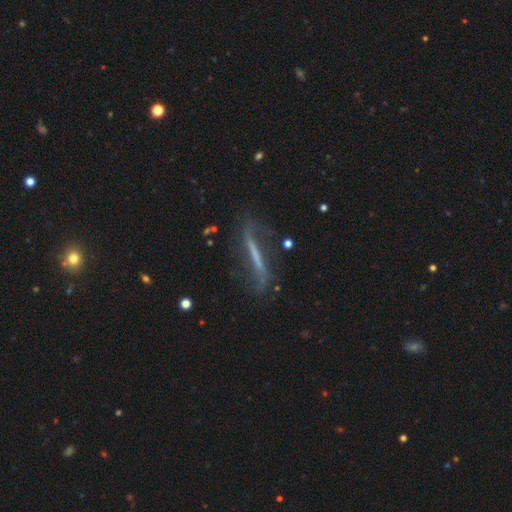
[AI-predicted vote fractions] smooth_or_featured: featured or disk (p=0.63) [alt: smooth p=0.26]
disk_edge_on: yes (p=0.65) [alt: no p=0.35]
merging: none (p=0.62) [alt: minor disturbance p=0.21]